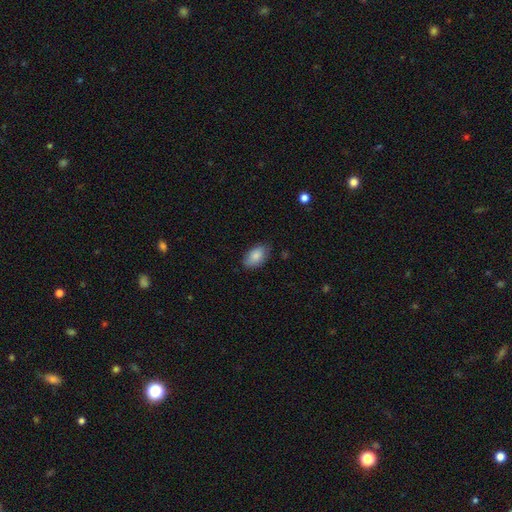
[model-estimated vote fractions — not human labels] A smooth galaxy with no disk features (85%) that is in between round and cigar-shaped (93%).

Vote fractions:
- Smooth or featured? smooth: 85% / featured or disk: 8% / star or artifact: 7%
- How rounded? in between: 93% / round: 5% / cigar-shaped: 2%
- Merging? none: 78% / minor disturbance: 18% / major disturbance: 3% / merger: 1%